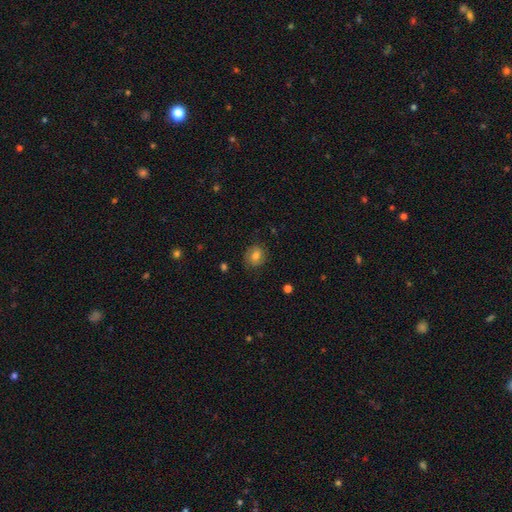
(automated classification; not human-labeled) Smooth or featured? smooth (64%)
How rounded? round (70%)
Merging? none (78%)